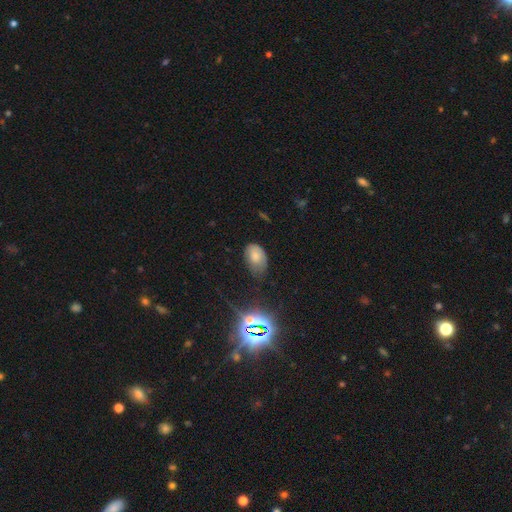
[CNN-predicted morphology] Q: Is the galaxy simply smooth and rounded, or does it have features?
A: smooth — 73%.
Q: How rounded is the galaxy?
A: in between — 89%.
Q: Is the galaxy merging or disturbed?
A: none — 51%.